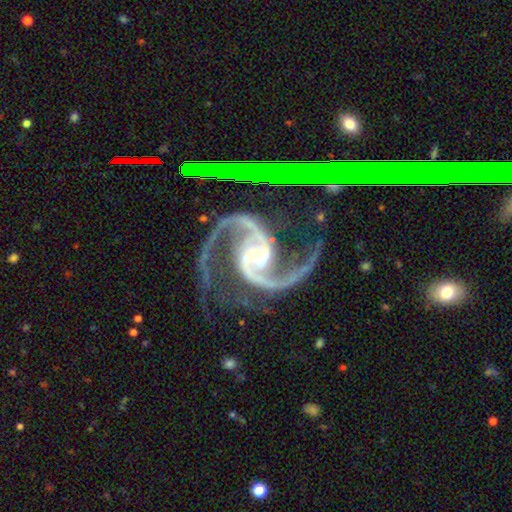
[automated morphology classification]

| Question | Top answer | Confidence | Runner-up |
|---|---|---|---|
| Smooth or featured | featured or disk | 94% | star or artifact (4%) |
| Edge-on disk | no | 98% | yes (2%) |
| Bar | no | 45% | weak (33%) |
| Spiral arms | yes | 99% | no (1%) |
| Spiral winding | medium | 53% | loose (37%) |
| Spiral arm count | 2 | 92% | 3 (2%) |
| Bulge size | small | 67% | moderate (28%) |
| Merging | none | 65% | minor disturbance (16%) |